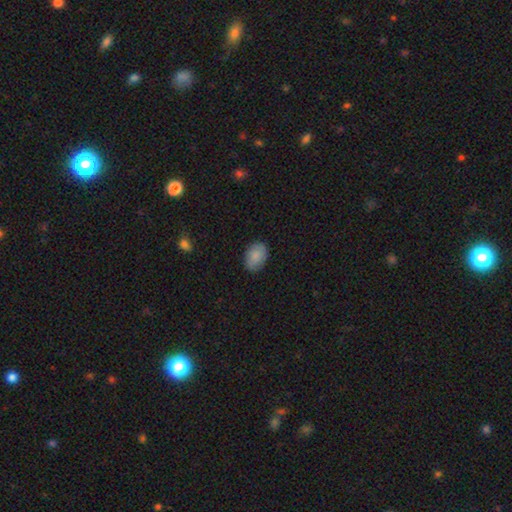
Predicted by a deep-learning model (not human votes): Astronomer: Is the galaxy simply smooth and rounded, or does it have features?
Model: smooth — 86%.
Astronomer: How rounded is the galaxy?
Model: in between — 84%.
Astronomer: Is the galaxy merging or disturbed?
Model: none — 85%.